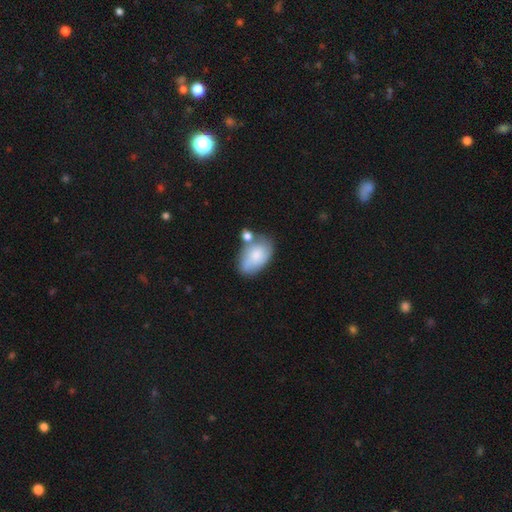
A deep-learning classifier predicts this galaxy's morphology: Q: Smooth or featured?
A: smooth (74%); runner-up: featured or disk (19%)
Q: How rounded?
A: in between (90%); runner-up: round (8%)
Q: Merging?
A: none (43%); runner-up: merger (25%)